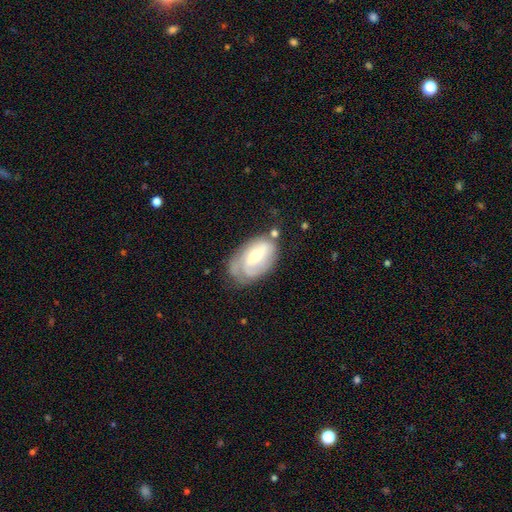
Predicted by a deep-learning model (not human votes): Morphology: type=featured or disk (70%); edge-on=no (94%); bar=weak (44%); spiral arms=yes (81%); winding=tight (52%); arm count=2 (37%); bulge=moderate (60%); merging=none (52%).